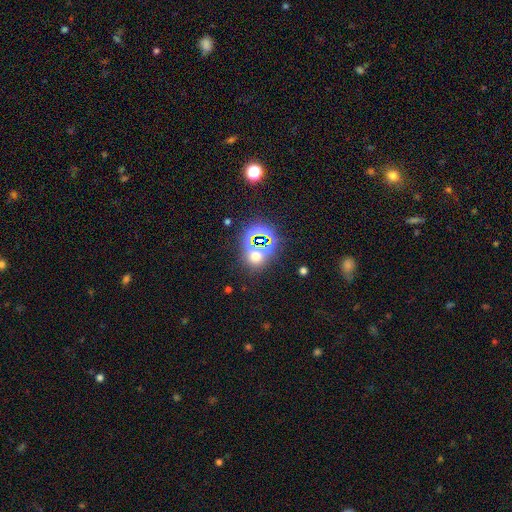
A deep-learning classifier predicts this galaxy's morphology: Smooth or featured? Predicted: star or artifact (p=0.54).